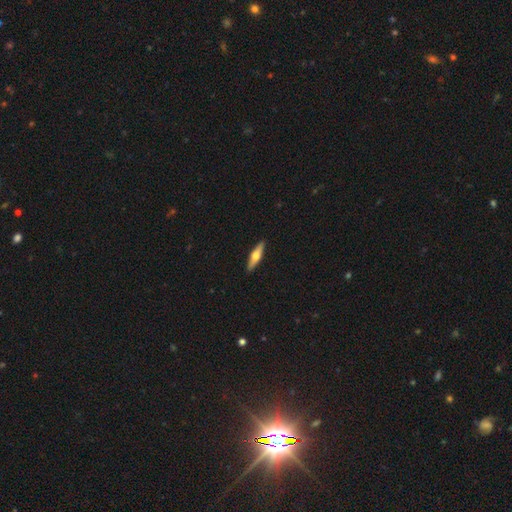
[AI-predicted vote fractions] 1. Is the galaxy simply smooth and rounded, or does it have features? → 55% featured or disk, 40% smooth, 5% star or artifact.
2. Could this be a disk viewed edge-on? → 94% yes, 6% no.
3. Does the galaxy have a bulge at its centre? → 94% rounded, 3% boxy, 3% none.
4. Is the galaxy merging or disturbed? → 91% none, 6% minor disturbance, 1% major disturbance, 1% merger.